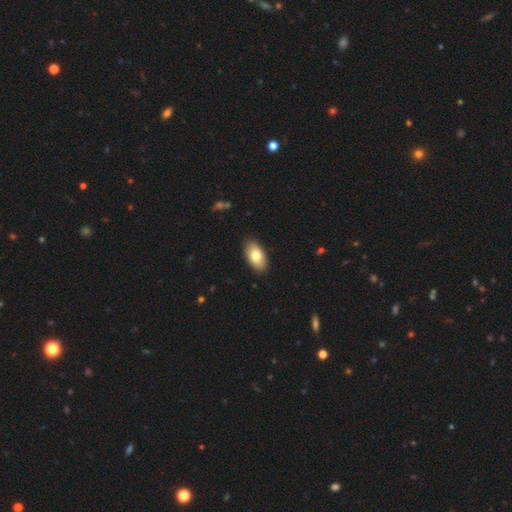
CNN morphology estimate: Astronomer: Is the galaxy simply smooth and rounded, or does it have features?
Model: smooth — 79%.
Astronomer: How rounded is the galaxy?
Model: in between — 94%.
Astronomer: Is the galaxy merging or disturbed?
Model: none — 88%.